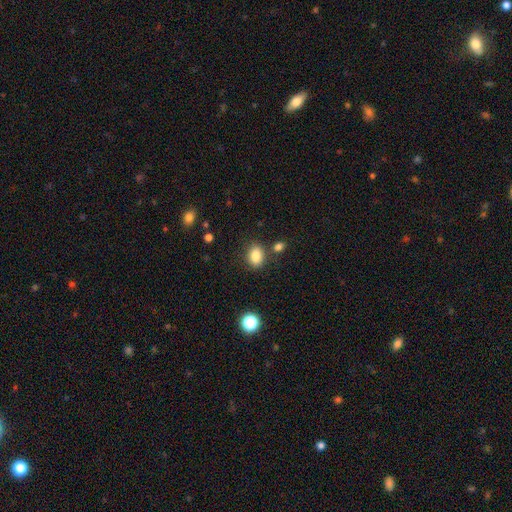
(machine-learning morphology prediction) Q: Smooth or featured?
A: smooth (86%); runner-up: star or artifact (10%)
Q: How rounded?
A: in between (73%); runner-up: round (25%)
Q: Merging?
A: none (77%); runner-up: minor disturbance (12%)